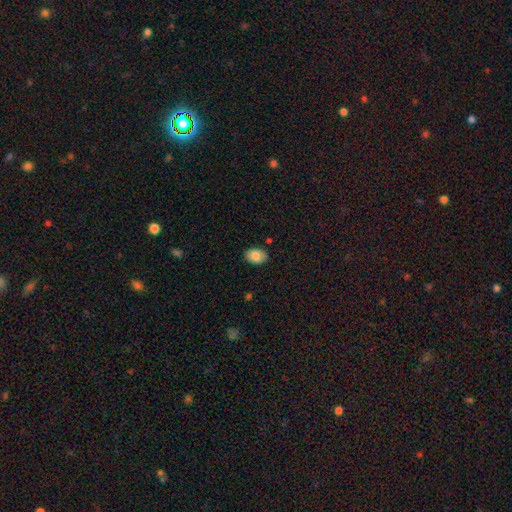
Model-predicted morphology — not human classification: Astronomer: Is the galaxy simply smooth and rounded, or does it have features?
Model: smooth — 82%.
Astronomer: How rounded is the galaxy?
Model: in between — 81%.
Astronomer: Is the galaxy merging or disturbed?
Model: none — 87%.